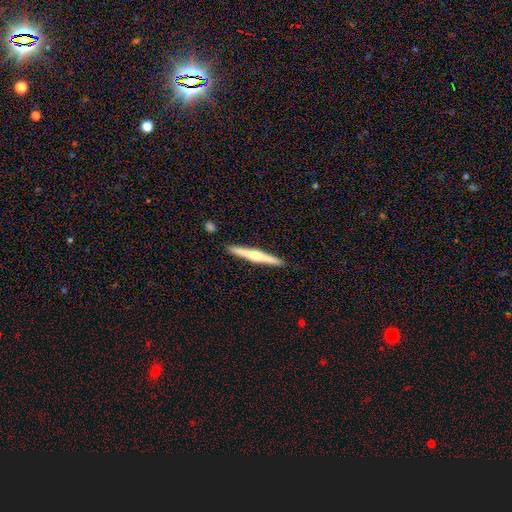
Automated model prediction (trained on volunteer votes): A featured or disk galaxy (65%) viewed edge-on (98%) with a rounded central bulge (81%). Merging: none (92%).